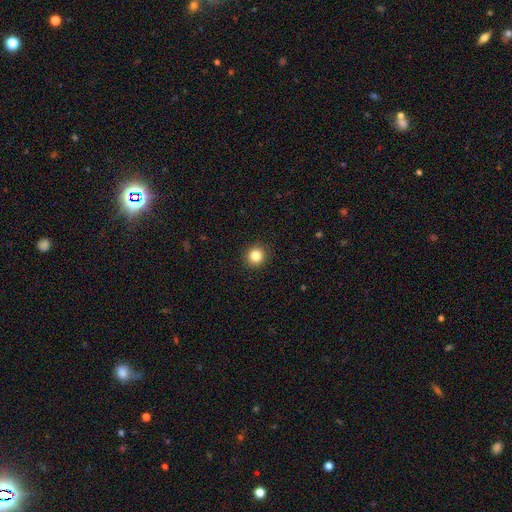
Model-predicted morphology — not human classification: Smooth or featured? smooth (84%)
How rounded? round (93%)
Merging? none (93%)